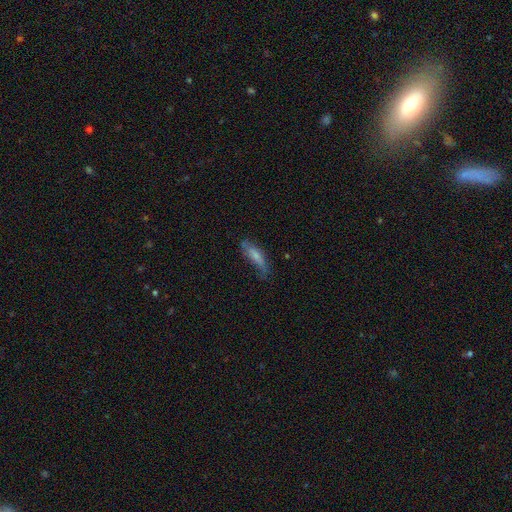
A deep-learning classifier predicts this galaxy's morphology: Smooth or featured: smooth — 64% (featured or disk — 28%)
How rounded: cigar-shaped — 56% (in between — 42%)
Merging: none — 51% (minor disturbance — 32%)